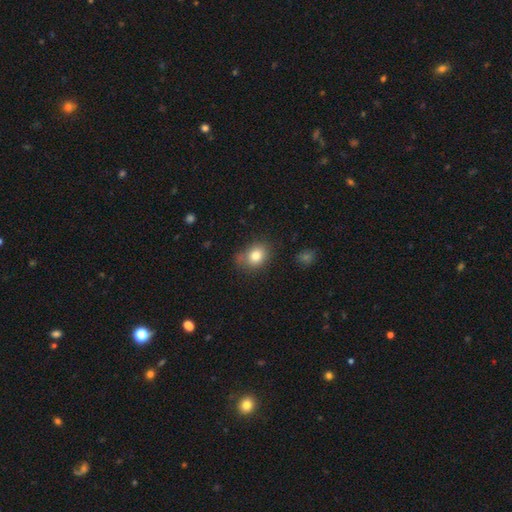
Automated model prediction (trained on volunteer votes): A smooth galaxy with no disk features (82%) that is in between round and cigar-shaped (55%).

Vote fractions:
- Smooth or featured? smooth: 82% / star or artifact: 10% / featured or disk: 8%
- How rounded? in between: 55% / round: 44% / cigar-shaped: 1%
- Merging? none: 68% / minor disturbance: 22% / major disturbance: 6% / merger: 5%